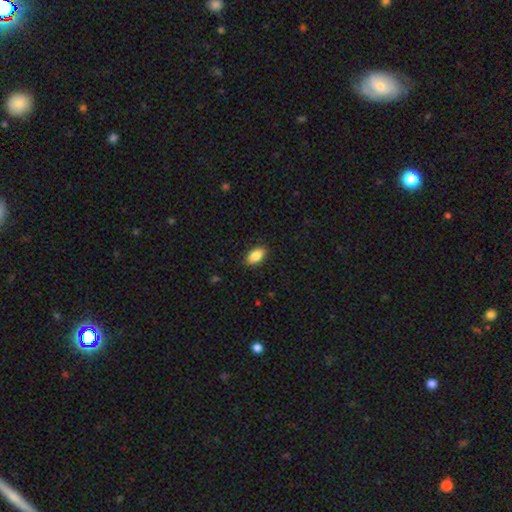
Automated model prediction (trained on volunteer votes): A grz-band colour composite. It shows a smooth galaxy with no disk features (86%) that is in between round and cigar-shaped (91%). Merging: none (88%).